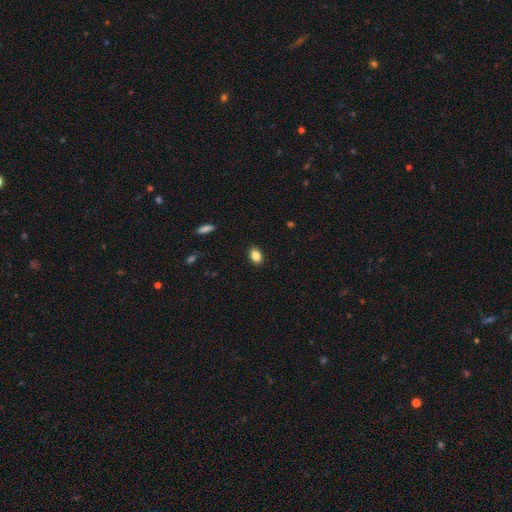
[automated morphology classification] This appears to be a smooth galaxy with no disk features (87%) that is in between round and cigar-shaped (80%). Merging: none (89%).